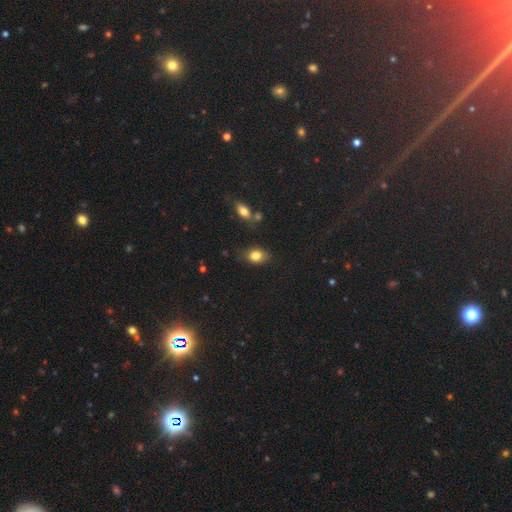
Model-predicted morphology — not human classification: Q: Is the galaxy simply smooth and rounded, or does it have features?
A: smooth — 81%.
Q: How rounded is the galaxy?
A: in between — 63%.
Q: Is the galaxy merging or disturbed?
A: none — 73%.